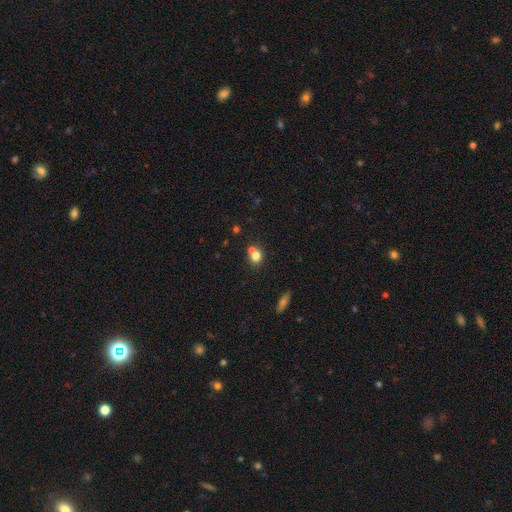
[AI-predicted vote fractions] Overall: smooth (74%). How rounded: round (76%). Merging: none (45%; merger 44%).